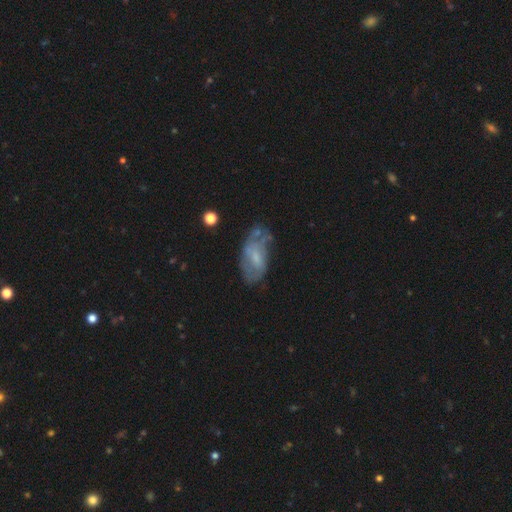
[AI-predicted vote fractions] Smooth or featured? Predicted: featured or disk (p=0.54). Edge-on disk? Predicted: no (p=0.93). Bar? Predicted: no (p=0.54). Spiral arms? Predicted: no (p=0.51). Bulge size? Predicted: small (p=0.48). Merging? Predicted: none (p=0.46).